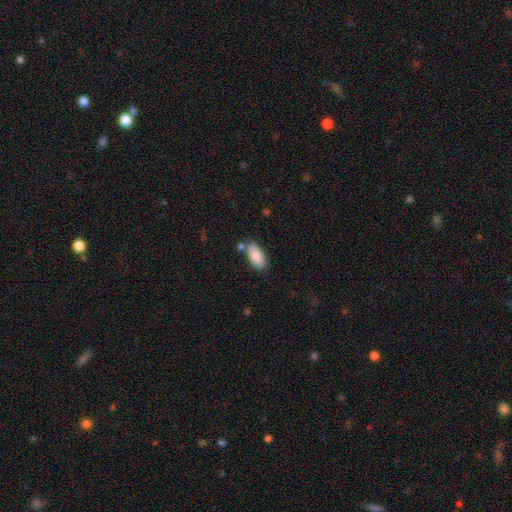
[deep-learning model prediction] Smooth or featured: smooth — 87% (star or artifact — 6%)
How rounded: in between — 89% (cigar-shaped — 9%)
Merging: none — 73% (minor disturbance — 14%)